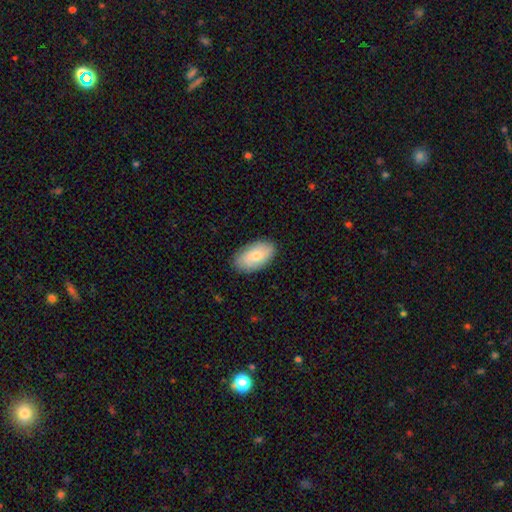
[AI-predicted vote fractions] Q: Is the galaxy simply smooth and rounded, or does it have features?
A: smooth — 74%.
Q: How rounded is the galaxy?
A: in between — 94%.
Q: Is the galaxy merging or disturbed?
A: none — 85%.